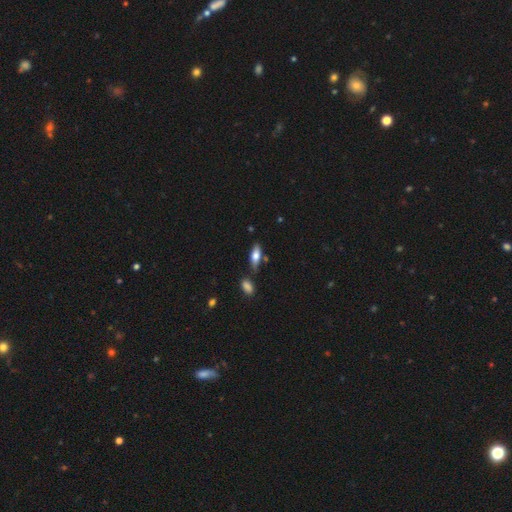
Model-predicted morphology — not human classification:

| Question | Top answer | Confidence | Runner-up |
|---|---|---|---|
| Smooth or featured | smooth | 70% | featured or disk (23%) |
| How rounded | in between | 68% | cigar-shaped (29%) |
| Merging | none | 71% | minor disturbance (15%) |